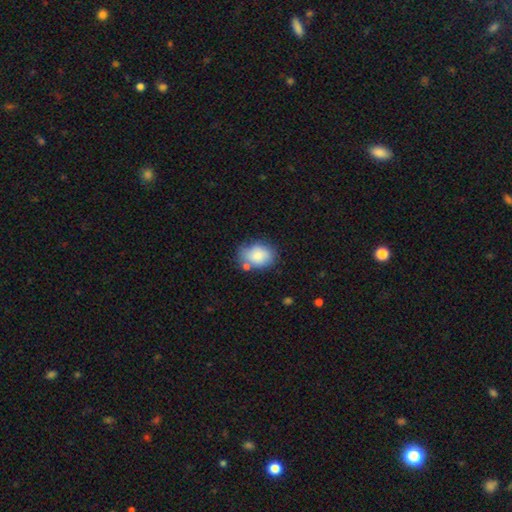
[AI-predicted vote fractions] Q: Smooth or featured?
A: smooth (82%); runner-up: featured or disk (10%)
Q: How rounded?
A: in between (67%); runner-up: round (32%)
Q: Merging?
A: none (61%); runner-up: minor disturbance (21%)